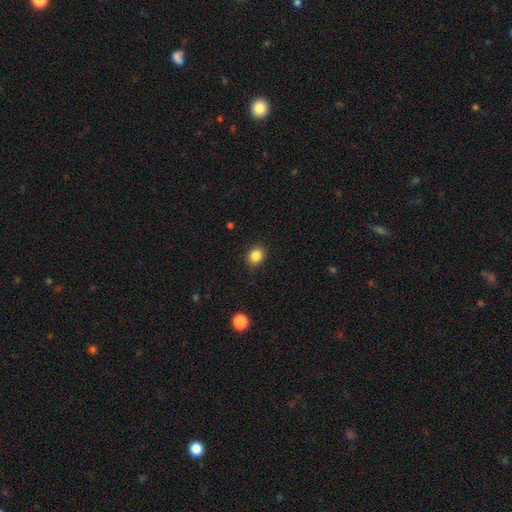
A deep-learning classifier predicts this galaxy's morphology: A smooth galaxy with no disk features (85%) that is round (62%).

Vote fractions:
- Smooth or featured? smooth: 85% / star or artifact: 10% / featured or disk: 5%
- How rounded? round: 62% / in between: 37% / cigar-shaped: 1%
- Merging? none: 88% / minor disturbance: 9% / major disturbance: 2% / merger: 1%